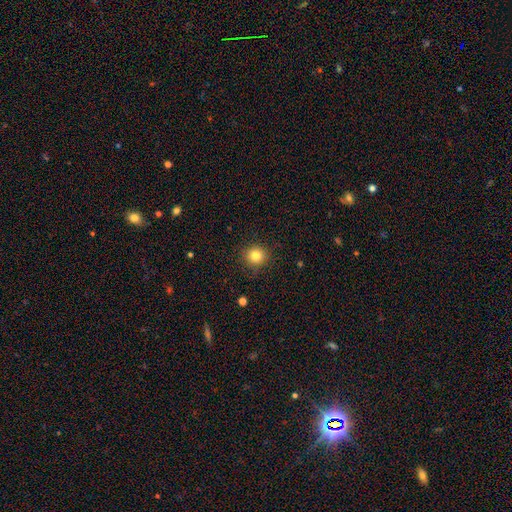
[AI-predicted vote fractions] Smooth or featured? smooth (82%)
How rounded? round (90%)
Merging? none (88%)